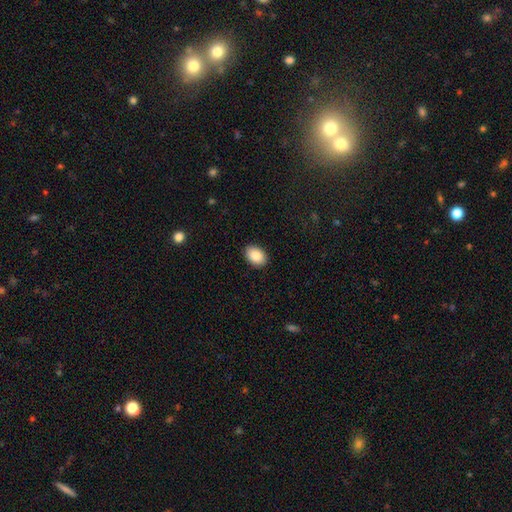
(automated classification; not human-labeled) The model was most divided on "how rounded": in between: 84%, round: 15%, cigar-shaped: 1%. More confident: merging — none (90%); smooth or featured — smooth (88%).